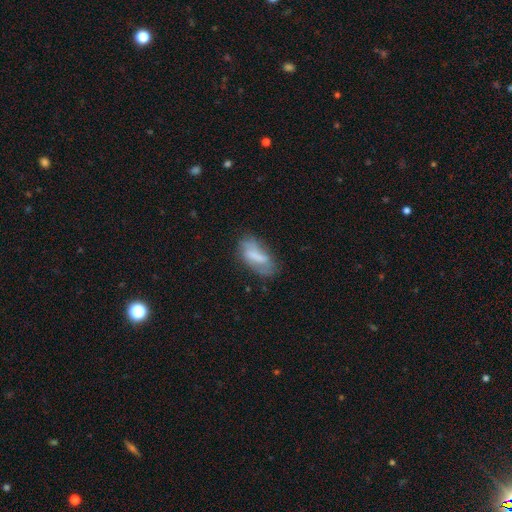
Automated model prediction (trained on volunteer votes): Smooth or featured? smooth (63%)
How rounded? in between (82%)
Merging? none (51%)